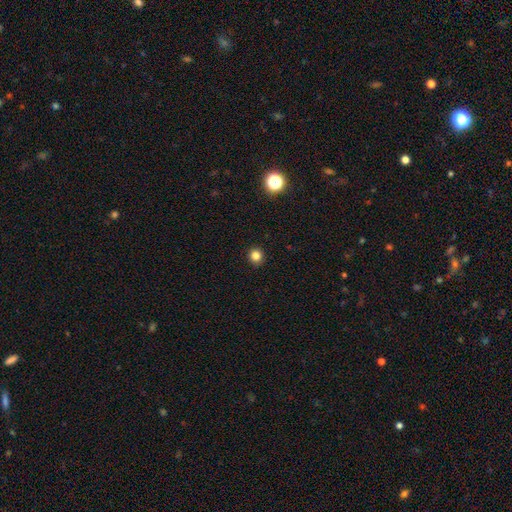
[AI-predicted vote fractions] Smooth or featured? smooth (82%)
How rounded? round (90%)
Merging? none (92%)